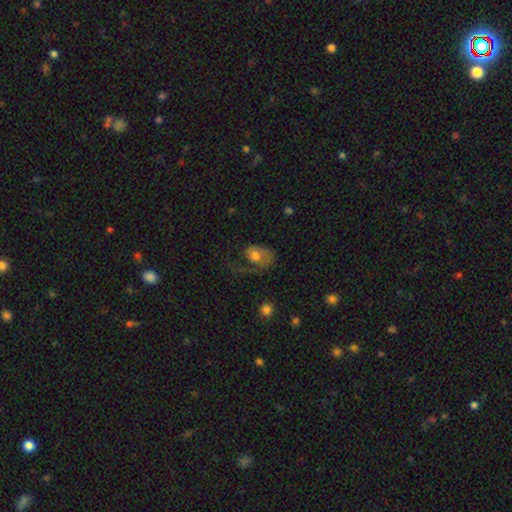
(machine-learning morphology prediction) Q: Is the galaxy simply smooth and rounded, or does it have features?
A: smooth — 49%.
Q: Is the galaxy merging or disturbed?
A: major disturbance — 52%.